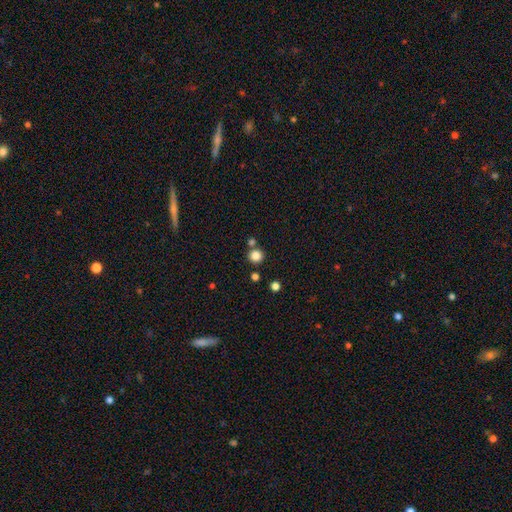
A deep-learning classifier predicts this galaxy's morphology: type=smooth (83%); roundness=round (93%); merging=none (76%).